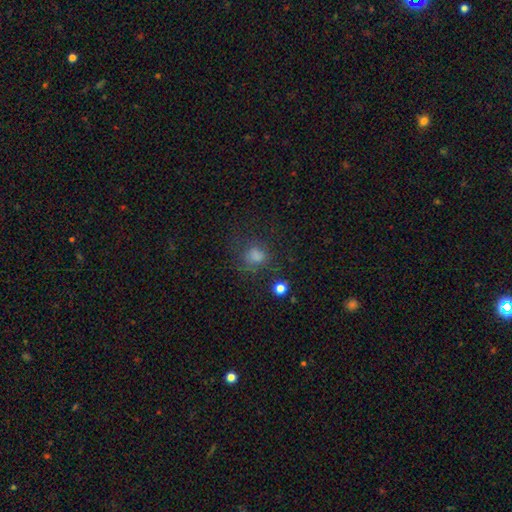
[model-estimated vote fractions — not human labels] Morphology: type=smooth (66%); roundness=round (71%); merging=none (62%).